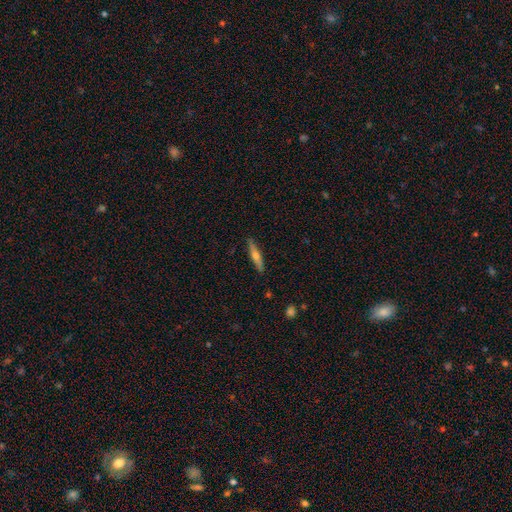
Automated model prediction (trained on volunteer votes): Smooth or featured? featured or disk (54%)
Edge-on disk? yes (95%)
Edge-on bulge? rounded (90%)
Merging? none (89%)